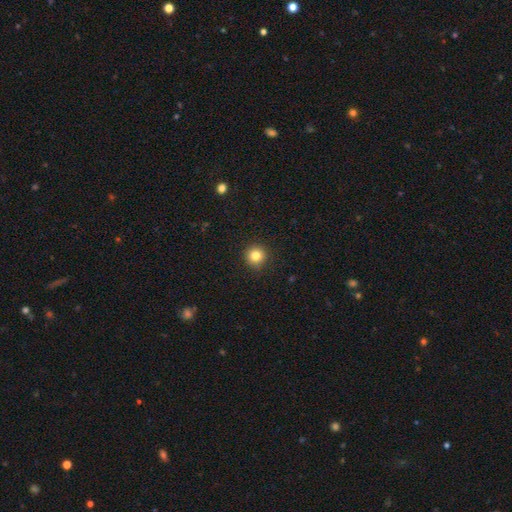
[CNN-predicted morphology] This is clearly a smooth galaxy (82%). How rounded: clearly round (95%). Merging: clearly none (91%).